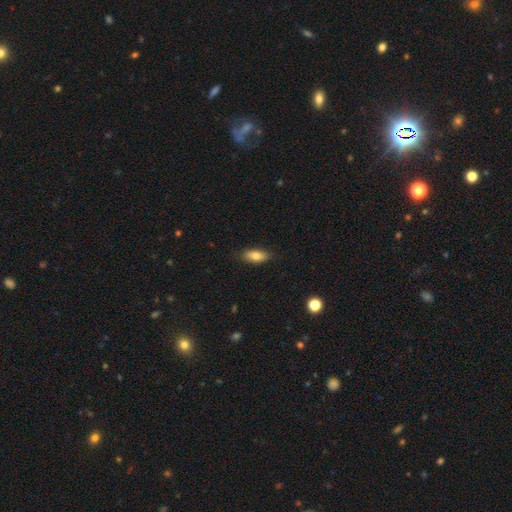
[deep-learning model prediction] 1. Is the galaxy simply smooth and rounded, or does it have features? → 79% smooth, 14% featured or disk, 7% star or artifact.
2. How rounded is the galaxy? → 82% in between, 15% cigar-shaped, 3% round.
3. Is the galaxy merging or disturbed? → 83% none, 14% minor disturbance, 2% major disturbance, 1% merger.